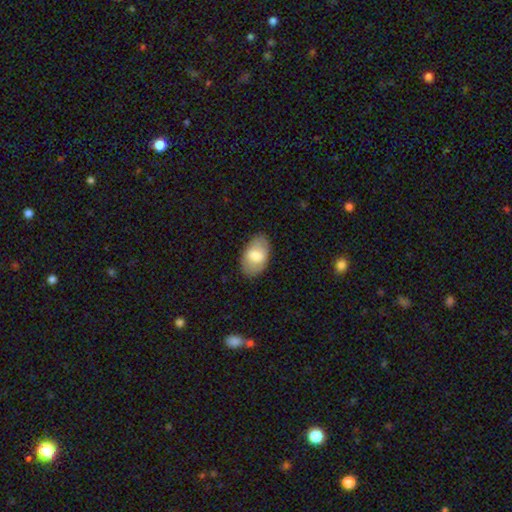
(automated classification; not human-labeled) A smooth galaxy with no disk features (68%) that is in between round and cigar-shaped (93%).

Vote fractions:
- Smooth or featured? smooth: 68% / featured or disk: 26% / star or artifact: 6%
- How rounded? in between: 93% / round: 5% / cigar-shaped: 1%
- Merging? none: 81% / minor disturbance: 14% / major disturbance: 4% / merger: 1%